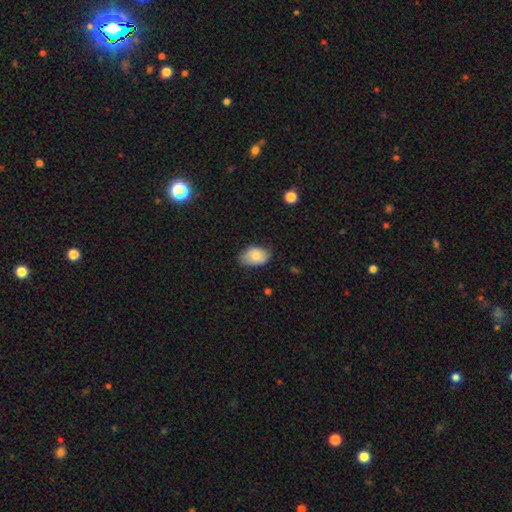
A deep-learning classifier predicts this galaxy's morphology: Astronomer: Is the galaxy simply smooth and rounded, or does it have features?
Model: smooth — 82%.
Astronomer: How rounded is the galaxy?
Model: in between — 88%.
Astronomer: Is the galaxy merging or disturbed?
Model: none — 72%.